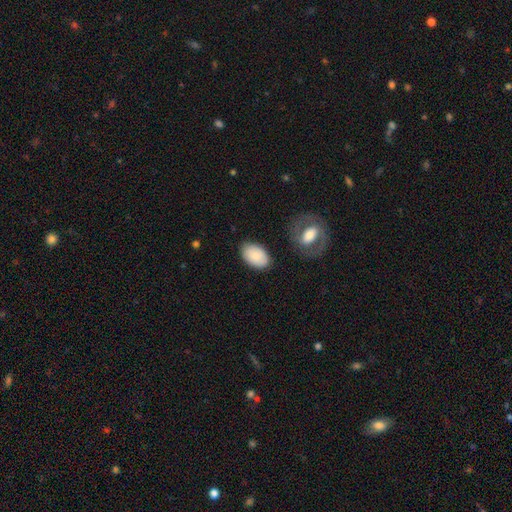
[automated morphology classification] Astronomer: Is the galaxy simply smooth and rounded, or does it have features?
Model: smooth — 84%.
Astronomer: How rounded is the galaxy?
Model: in between — 92%.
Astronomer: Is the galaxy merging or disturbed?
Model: none — 79%.